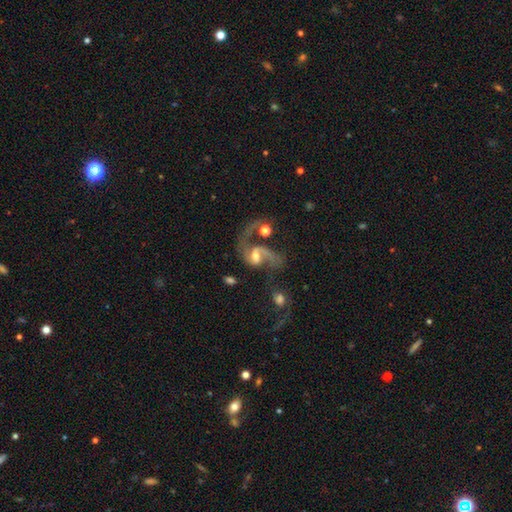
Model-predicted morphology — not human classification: Smooth or featured? Predicted: featured or disk (p=0.82). Edge-on disk? Predicted: no (p=0.97). Bar? Predicted: weak (p=0.46). Spiral arms? Predicted: yes (p=0.93). Spiral winding? Predicted: loose (p=0.65). Spiral arm count? Predicted: 2 (p=0.73). Bulge size? Predicted: moderate (p=0.57). Merging? Predicted: major disturbance (p=0.30, tied with none).